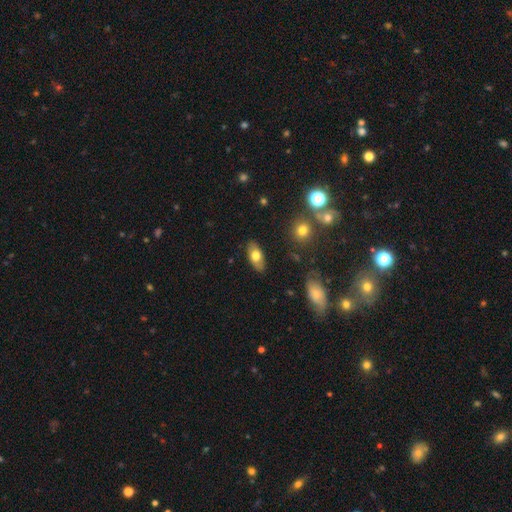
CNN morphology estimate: This is likely a smooth galaxy (70%). How rounded: clearly in between (91%). Merging: clearly none (86%).